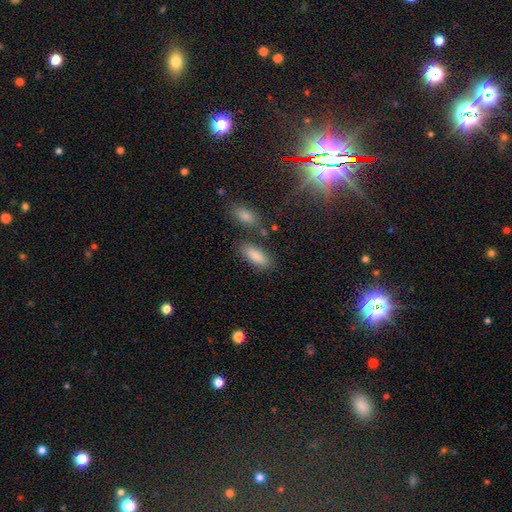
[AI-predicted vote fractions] Smooth or featured: smooth — 87% (star or artifact — 7%)
How rounded: in between — 77% (cigar-shaped — 20%)
Merging: none — 76% (minor disturbance — 12%)